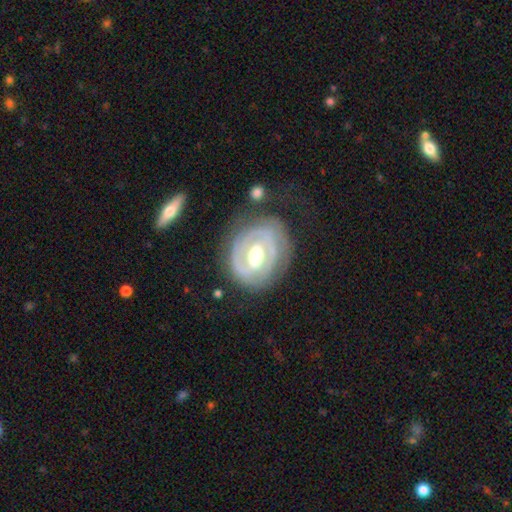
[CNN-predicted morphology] smooth-or-featured: featured or disk: 83% | smooth: 12% | star or artifact: 5%
  disk-edge-on: no: 96% | yes: 4%
    bar: weak: 43% | strong: 34% | no: 22%
    has-spiral-arms: yes: 81% | no: 19%
      spiral-winding: tight: 69% | medium: 23% | loose: 8%
      spiral-arm-count: 2: 53% | can't tell: 24% | 1: 11% | 3: 7% | 4: 2% | more than 4: 2%
    bulge-size: moderate: 72% | large: 16% | small: 10% | dominant: 1% | none: 1%
  merging: none: 68% | minor disturbance: 19% | major disturbance: 11% | merger: 3%